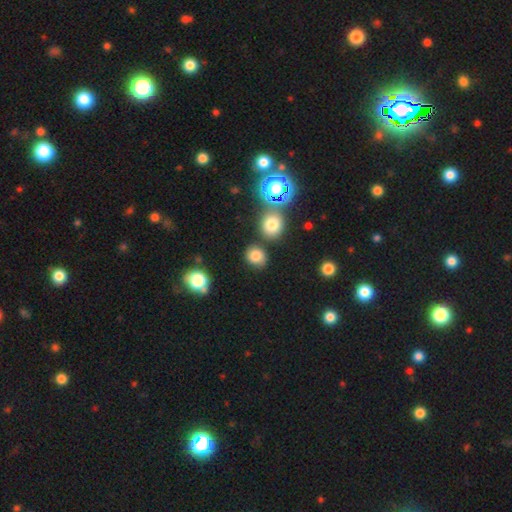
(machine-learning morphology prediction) Smooth or featured: smooth — 76% (star or artifact — 16%)
How rounded: round — 73% (in between — 26%)
Merging: none — 76% (minor disturbance — 12%)